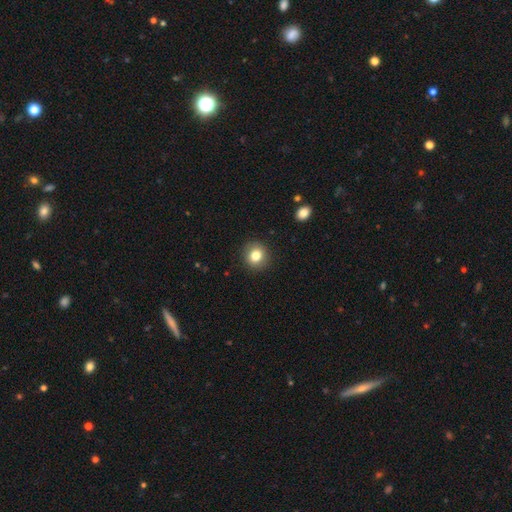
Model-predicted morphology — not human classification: smooth 81%, star or artifact 10%, featured or disk 8%. Down the decision tree: how rounded — round (87%); merging — none (90%).